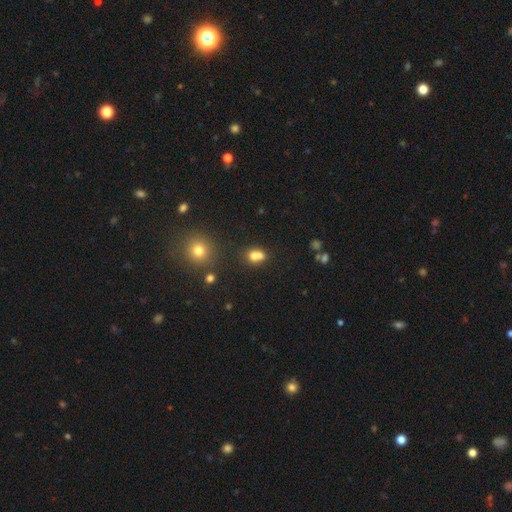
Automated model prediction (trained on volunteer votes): The model was most divided on "merging": merger: 51%, none: 35%, minor disturbance: 9%, major disturbance: 4%. More confident: smooth or featured — smooth (73%); how rounded — round (59%).